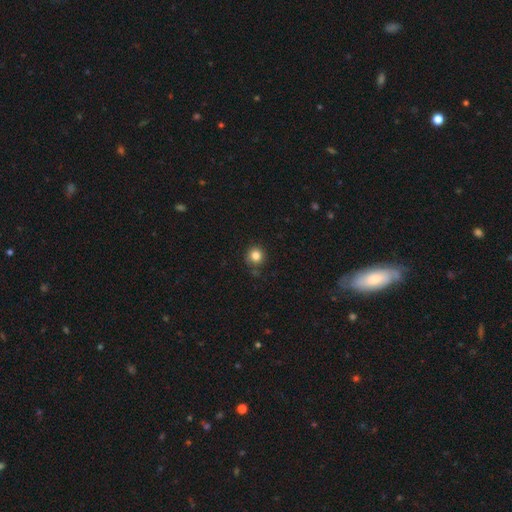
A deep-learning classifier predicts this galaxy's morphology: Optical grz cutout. It shows a smooth galaxy with no disk features (83%) that is round (92%). Merging: none (83%).